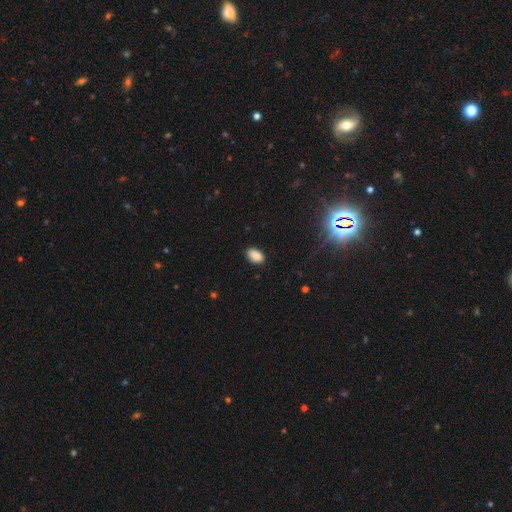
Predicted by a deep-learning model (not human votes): Smooth or featured?
  - smooth: 86% *
  - star or artifact: 10%
  - featured or disk: 4%
How rounded?
  - in between: 92% *
  - round: 7%
  - cigar-shaped: 2%
Merging?
  - none: 87% *
  - minor disturbance: 10%
  - major disturbance: 2%
  - merger: 1%